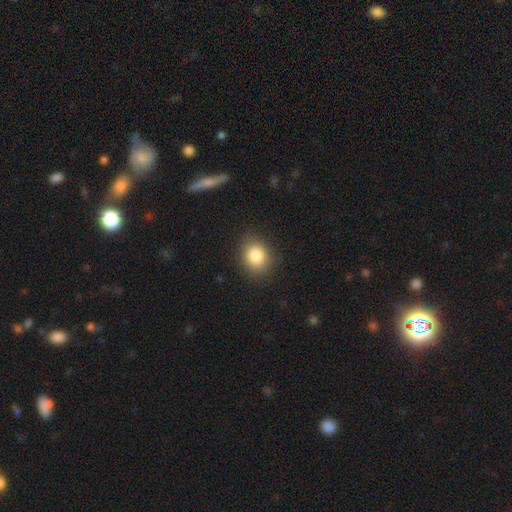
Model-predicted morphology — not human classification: Smooth or featured?
  - smooth: 85% *
  - star or artifact: 9%
  - featured or disk: 6%
How rounded?
  - round: 54% *
  - in between: 45%
  - cigar-shaped: 1%
Merging?
  - none: 85% *
  - minor disturbance: 11%
  - major disturbance: 3%
  - merger: 1%